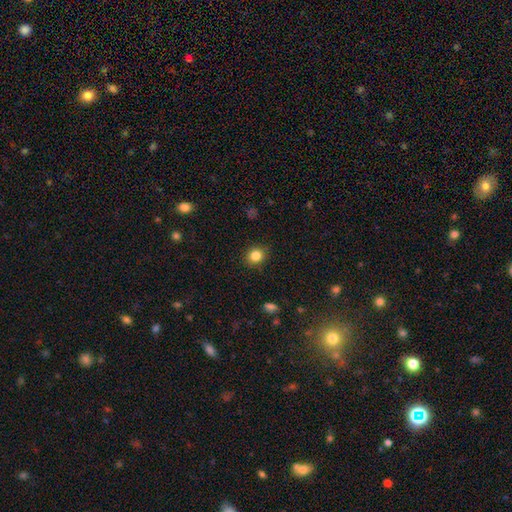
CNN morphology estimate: This is clearly a smooth galaxy (83%). How rounded: likely round (75%). Merging: clearly none (89%).